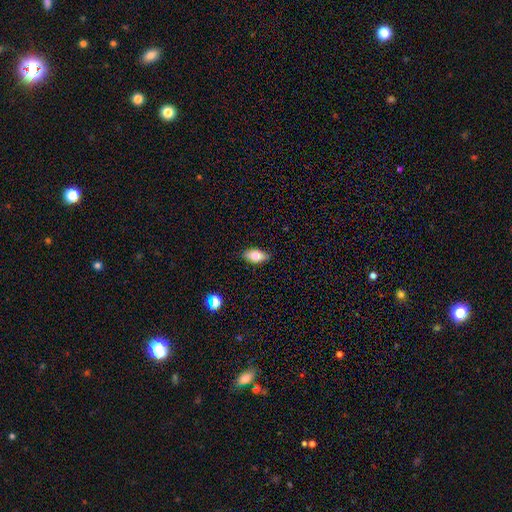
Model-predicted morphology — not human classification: smooth_or_featured: smooth (p=0.83) [alt: featured or disk p=0.09]
how_rounded: in between (p=0.91) [alt: cigar-shaped p=0.05]
merging: none (p=0.82) [alt: minor disturbance p=0.14]